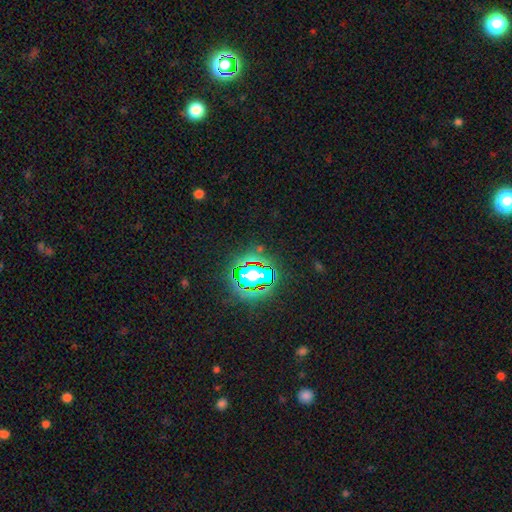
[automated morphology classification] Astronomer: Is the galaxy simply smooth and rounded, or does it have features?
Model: star or artifact — 80%.